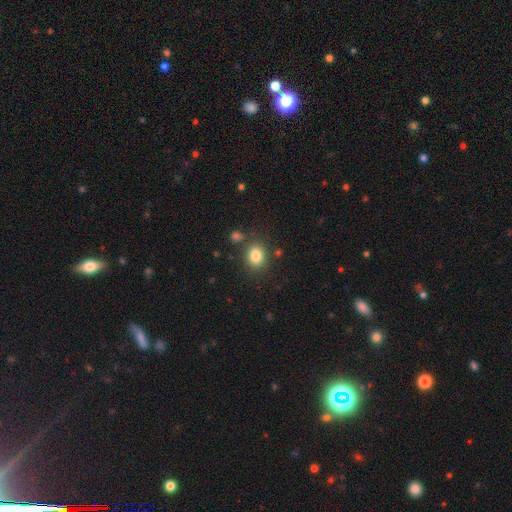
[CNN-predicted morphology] type=smooth (83%); roundness=in between (55%); merging=none (79%).